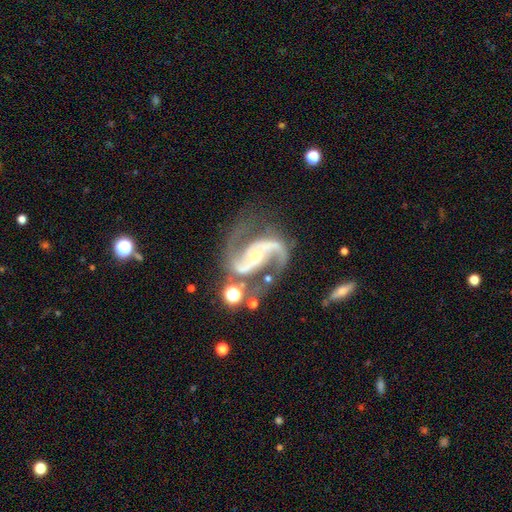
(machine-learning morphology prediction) type=featured or disk (92%); edge-on=no (98%); bar=no (36%); spiral arms=yes (98%); winding=medium (57%); arm count=2 (93%); bulge=small (60%); merging=none (66%).